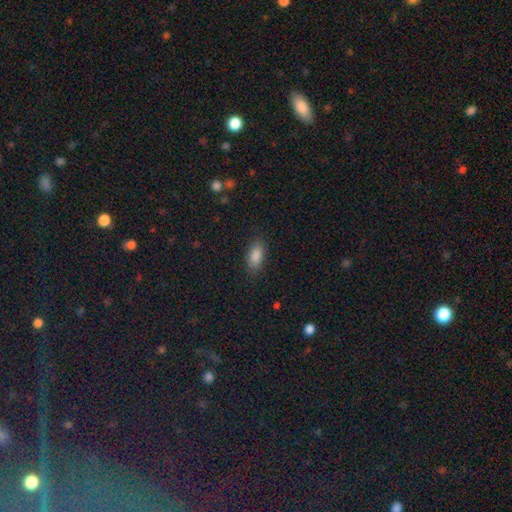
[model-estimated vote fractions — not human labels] Overall: smooth (83%). How rounded: in between (85%). Merging: none (87%).